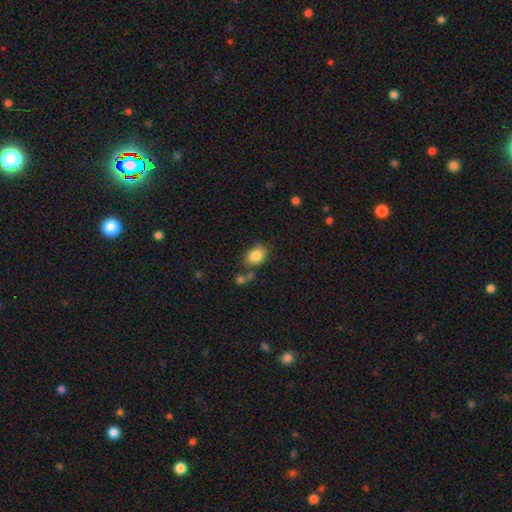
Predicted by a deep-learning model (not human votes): Smooth or featured? Predicted: smooth (p=0.84). How rounded? Predicted: in between (p=0.59). Merging? Predicted: none (p=0.62).